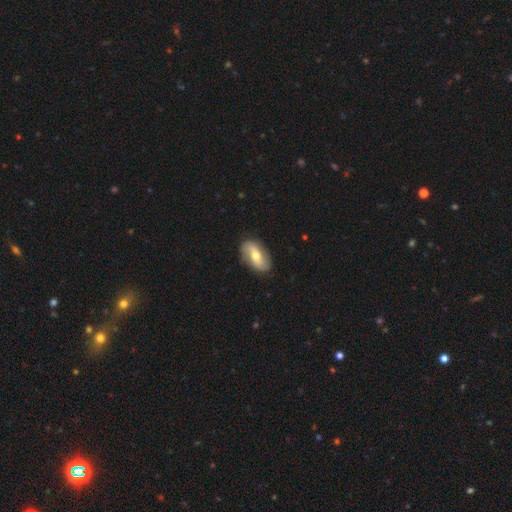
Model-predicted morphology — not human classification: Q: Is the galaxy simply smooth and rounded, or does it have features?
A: featured or disk — 53%.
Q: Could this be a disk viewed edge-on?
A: no — 90%.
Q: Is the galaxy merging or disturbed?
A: none — 84%.